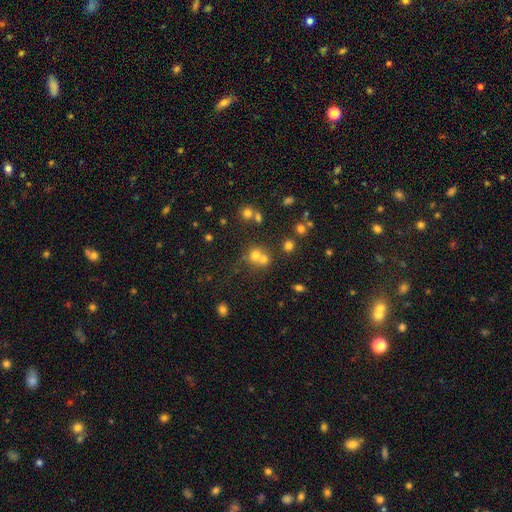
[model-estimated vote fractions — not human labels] A smooth galaxy with no disk features (64%) that is round (82%).

Vote fractions:
- Smooth or featured? smooth: 64% / star or artifact: 21% / featured or disk: 15%
- How rounded? round: 82% / in between: 17% / cigar-shaped: 1%
- Merging? merger: 47% / none: 42% / minor disturbance: 8% / major disturbance: 4%